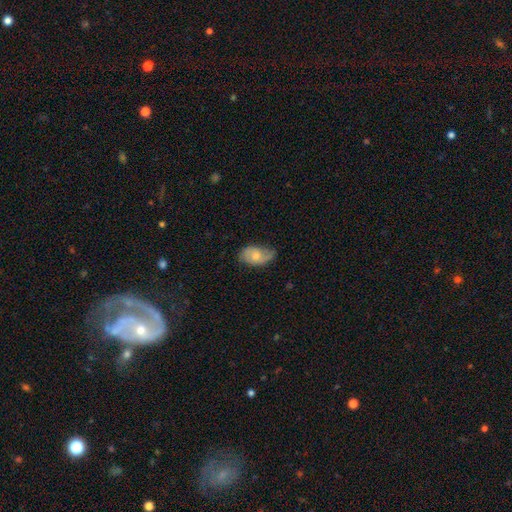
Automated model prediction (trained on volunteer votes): Smooth or featured? smooth (49%)
Merging? none (55%)